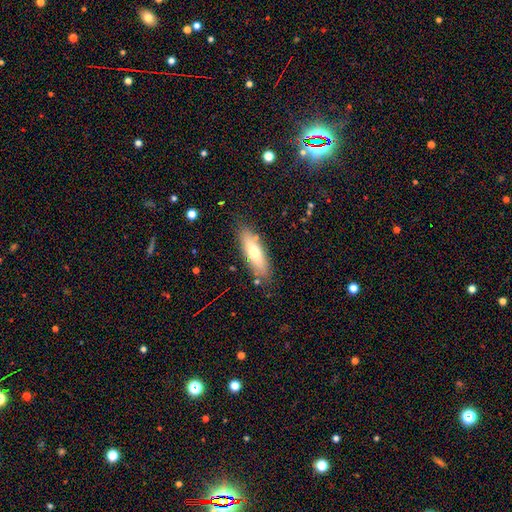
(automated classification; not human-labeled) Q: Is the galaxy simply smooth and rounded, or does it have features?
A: smooth — 53%.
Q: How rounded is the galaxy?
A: cigar-shaped — 55%.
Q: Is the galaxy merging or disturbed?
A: none — 84%.